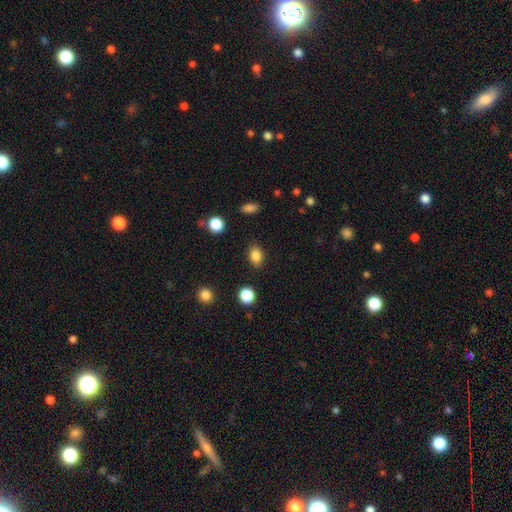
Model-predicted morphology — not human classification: This is clearly a smooth galaxy (84%). How rounded: likely in between (76%). Merging: clearly none (85%).